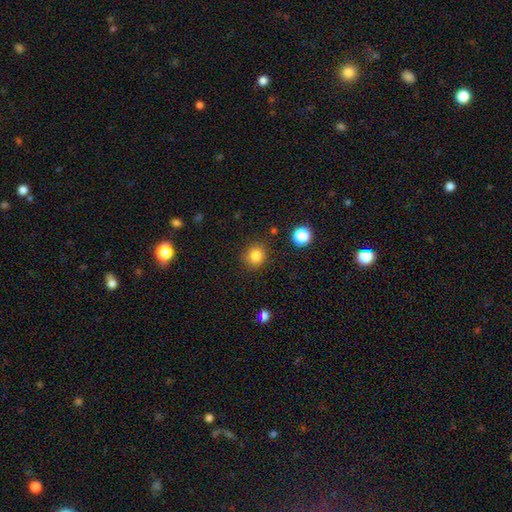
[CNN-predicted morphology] Smooth or featured?
  - smooth: 84% *
  - star or artifact: 12%
  - featured or disk: 5%
How rounded?
  - round: 87% *
  - in between: 12%
  - cigar-shaped: 1%
Merging?
  - none: 86% *
  - minor disturbance: 8%
  - major disturbance: 3%
  - merger: 2%